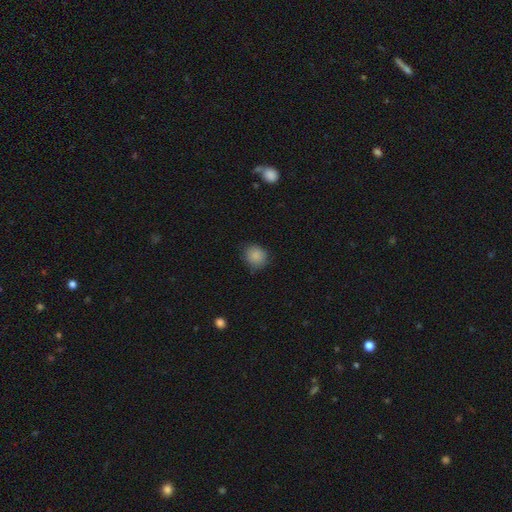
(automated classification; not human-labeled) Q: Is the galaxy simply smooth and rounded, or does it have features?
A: smooth — 87%.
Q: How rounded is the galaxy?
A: round — 79%.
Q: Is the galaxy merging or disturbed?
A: none — 80%.